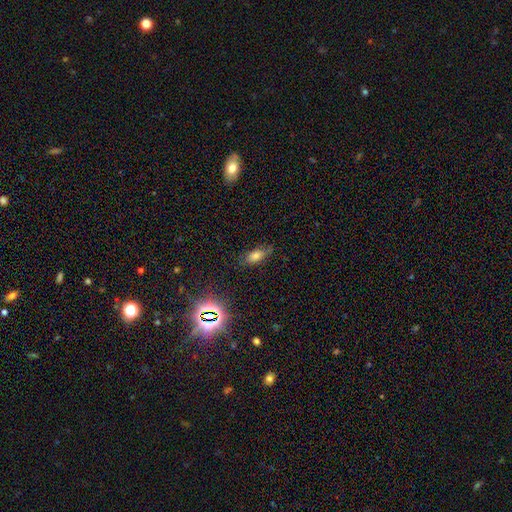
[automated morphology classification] smooth-or-featured: smooth: 68% | star or artifact: 19% | featured or disk: 13%
  how-rounded: in between: 81% | cigar-shaped: 13% | round: 6%
  merging: none: 74% | minor disturbance: 19% | major disturbance: 5% | merger: 2%